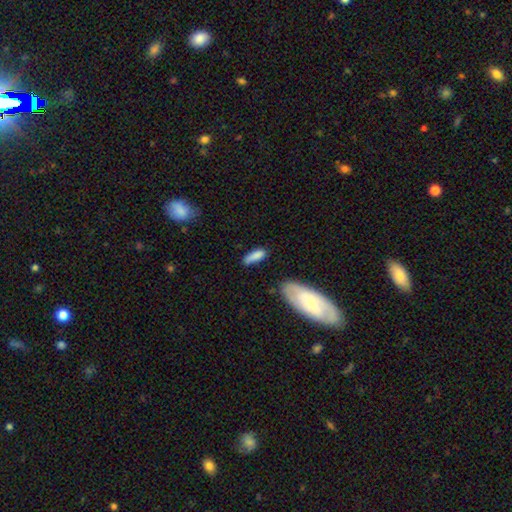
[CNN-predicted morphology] Smooth or featured? Predicted: smooth (p=0.83). How rounded? Predicted: in between (p=0.54). Merging? Predicted: none (p=0.65).